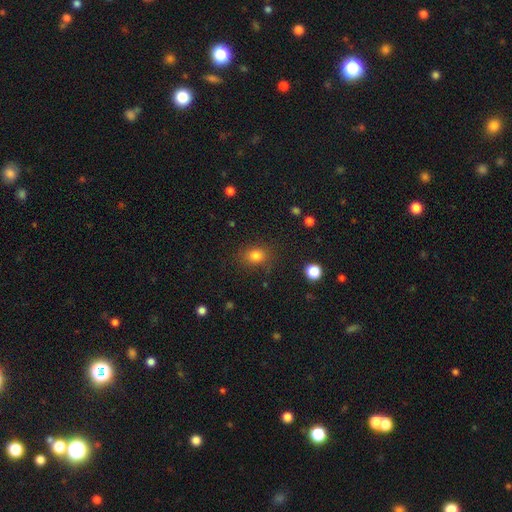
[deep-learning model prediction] Smooth or featured? Predicted: smooth (p=0.81). How rounded? Predicted: round (p=0.56). Merging? Predicted: none (p=0.82).